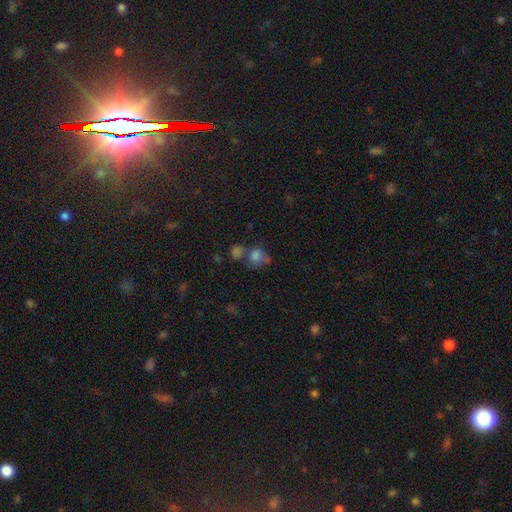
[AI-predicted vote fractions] Smooth or featured?
  - smooth: 73% *
  - star or artifact: 15%
  - featured or disk: 12%
How rounded?
  - round: 71% *
  - in between: 28%
  - cigar-shaped: 1%
Merging?
  - none: 38% *
  - merger: 34%
  - minor disturbance: 16%
  - major disturbance: 12%